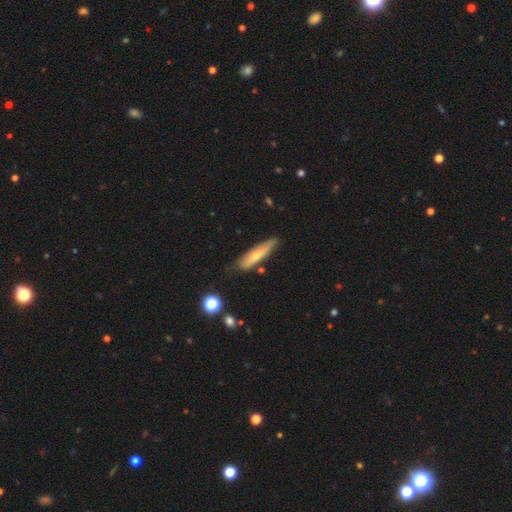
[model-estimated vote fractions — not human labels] Smooth or featured? Predicted: smooth (p=0.54). How rounded? Predicted: cigar-shaped (p=0.76). Merging? Predicted: none (p=0.69).